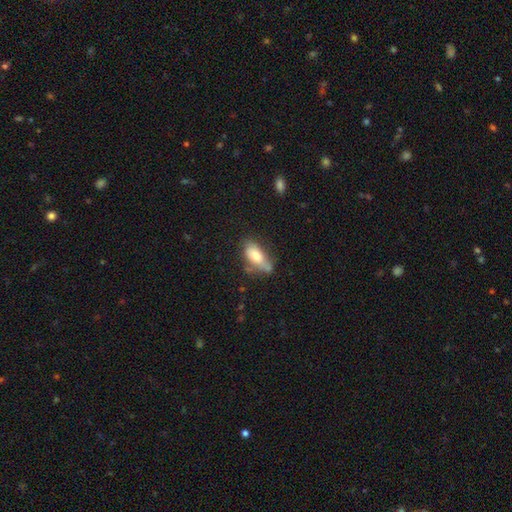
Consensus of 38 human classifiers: Overall: smooth (71%). How rounded: in between (74%). Merging: none (35%; minor disturbance 30%).